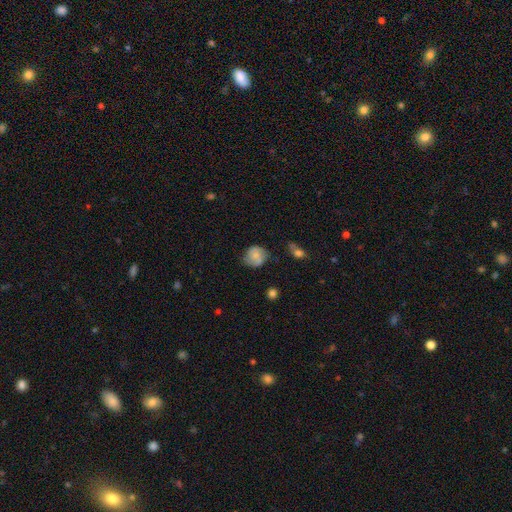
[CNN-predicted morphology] smooth 61%, featured or disk 30%, star or artifact 8%. Down the decision tree: how rounded — round (73%); merging — none (63%).